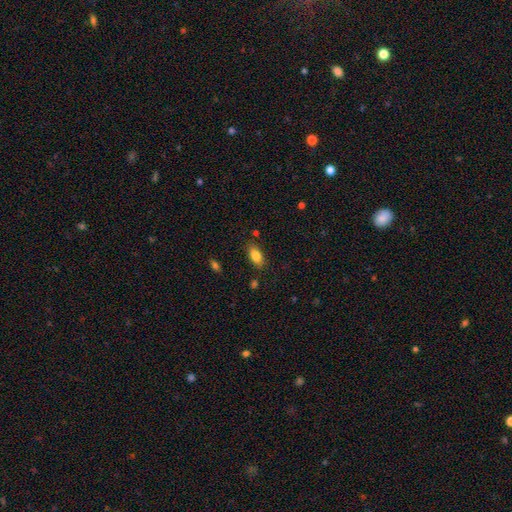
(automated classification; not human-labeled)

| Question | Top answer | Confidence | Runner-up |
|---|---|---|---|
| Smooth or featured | smooth | 83% | featured or disk (9%) |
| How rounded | in between | 89% | cigar-shaped (6%) |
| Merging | none | 83% | minor disturbance (12%) |